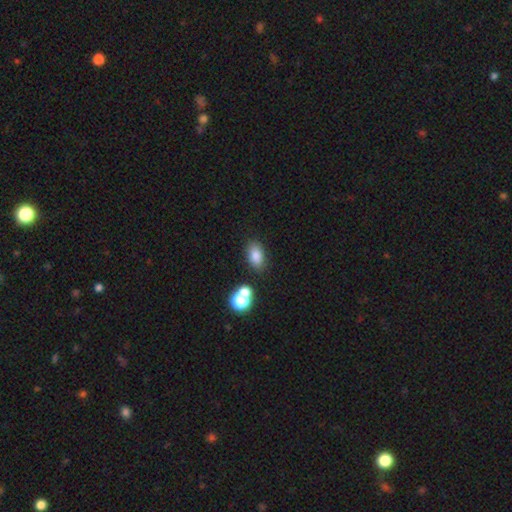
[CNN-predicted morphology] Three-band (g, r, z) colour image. It shows a smooth galaxy with no disk features (81%) that is in between round and cigar-shaped (87%). Merging: none (78%).